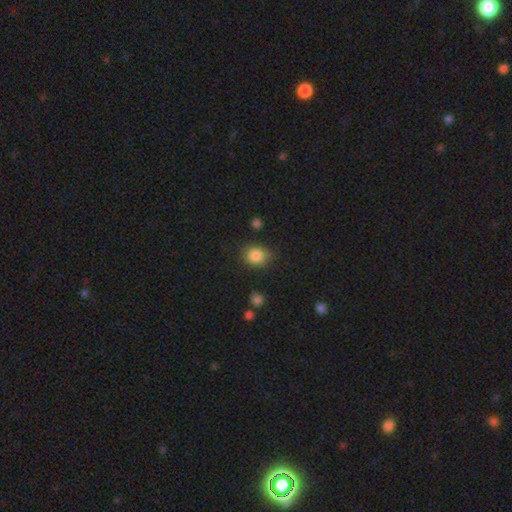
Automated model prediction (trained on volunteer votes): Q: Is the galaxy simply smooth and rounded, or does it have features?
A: smooth — 85%.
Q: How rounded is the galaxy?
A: round — 62%.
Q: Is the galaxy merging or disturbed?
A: none — 79%.